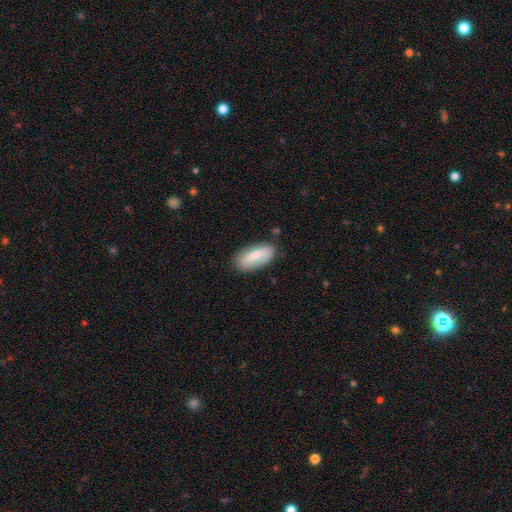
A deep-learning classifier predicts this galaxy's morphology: Smooth or featured: smooth — 72% (featured or disk — 22%)
How rounded: in between — 84% (cigar-shaped — 14%)
Merging: none — 78% (minor disturbance — 17%)